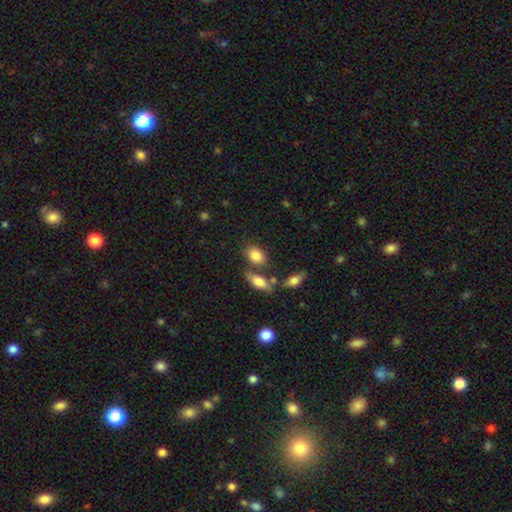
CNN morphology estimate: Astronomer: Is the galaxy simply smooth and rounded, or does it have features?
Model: smooth — 83%.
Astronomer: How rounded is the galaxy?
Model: in between — 74%.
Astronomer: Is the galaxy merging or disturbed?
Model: none — 61%.